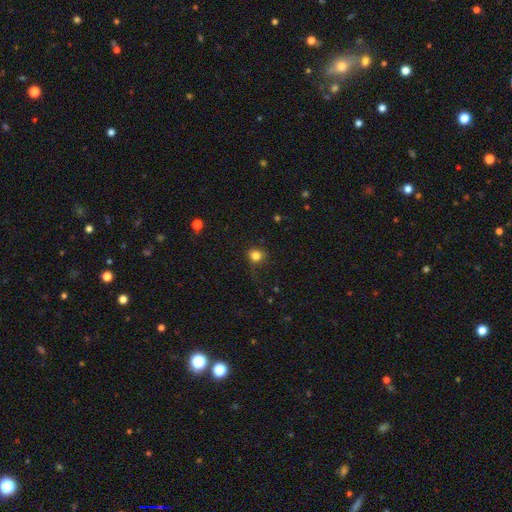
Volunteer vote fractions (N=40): Smooth or featured?
  - smooth: 88% *
  - star or artifact: 12%
  - featured or disk: 0%
How rounded?
  - round: 100% *
  - in between: 0%
  - cigar-shaped: 0%
Merging?
  - none: 83% *
  - minor disturbance: 11%
  - major disturbance: 6%
  - merger: 0%